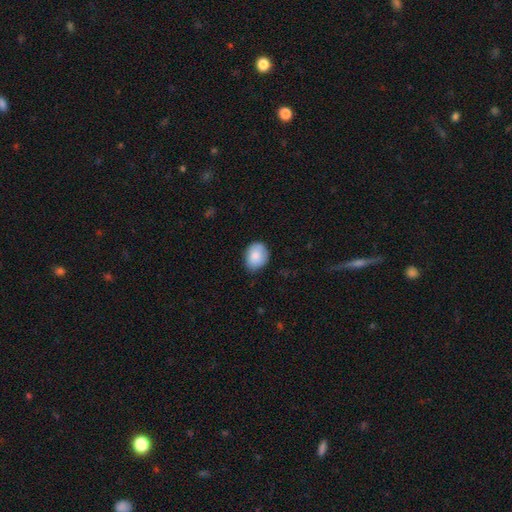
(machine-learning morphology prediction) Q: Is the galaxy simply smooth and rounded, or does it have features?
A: smooth — 85%.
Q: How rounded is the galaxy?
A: in between — 57%.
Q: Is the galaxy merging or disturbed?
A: none — 73%.